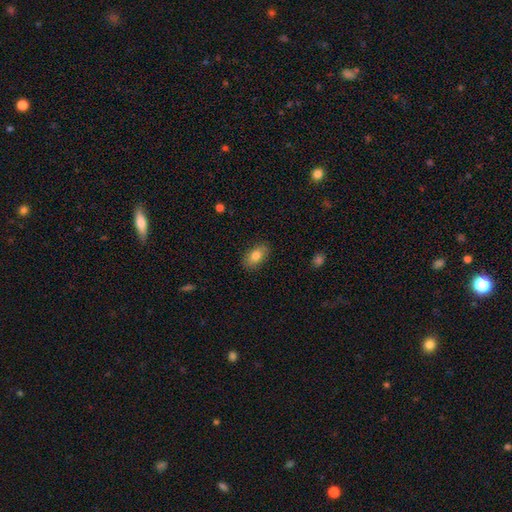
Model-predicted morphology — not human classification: smooth_or_featured: smooth (p=0.81) [alt: featured or disk p=0.12]
how_rounded: in between (p=0.90) [alt: round p=0.07]
merging: none (p=0.87) [alt: minor disturbance p=0.10]